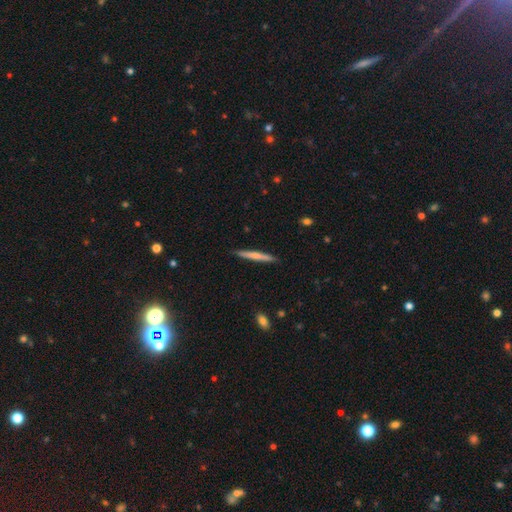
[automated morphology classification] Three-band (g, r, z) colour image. It shows a smooth galaxy with no disk features (56%) that is cigar-shaped (96%). Merging: none (90%).